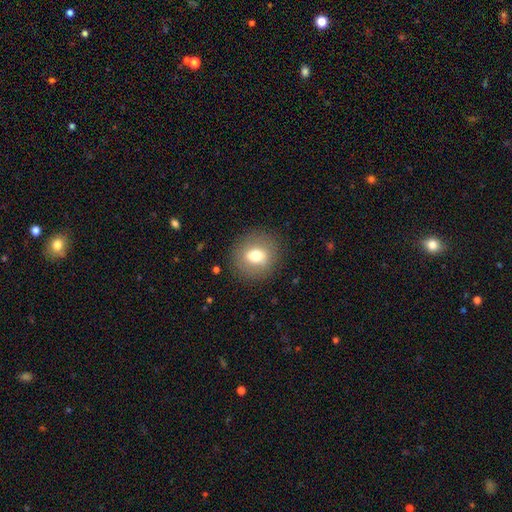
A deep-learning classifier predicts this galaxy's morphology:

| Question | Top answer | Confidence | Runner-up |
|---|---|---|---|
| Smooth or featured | smooth | 69% | featured or disk (21%) |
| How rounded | round | 76% | in between (23%) |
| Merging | none | 87% | minor disturbance (9%) |